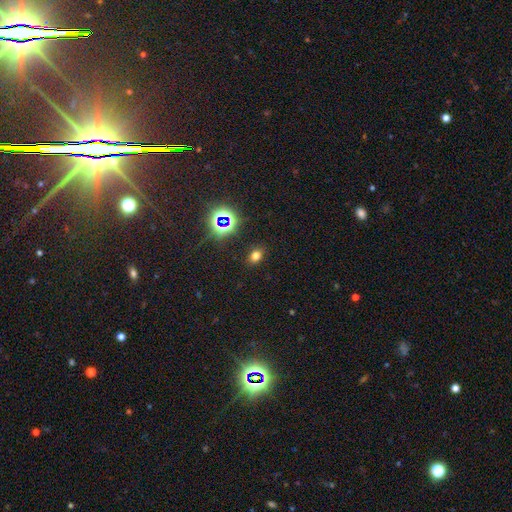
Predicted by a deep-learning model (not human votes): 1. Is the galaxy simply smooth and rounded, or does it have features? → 67% smooth, 25% star or artifact, 7% featured or disk.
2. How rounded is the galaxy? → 66% in between, 32% round, 2% cigar-shaped.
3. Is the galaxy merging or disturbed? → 86% none, 9% minor disturbance, 3% major disturbance, 2% merger.